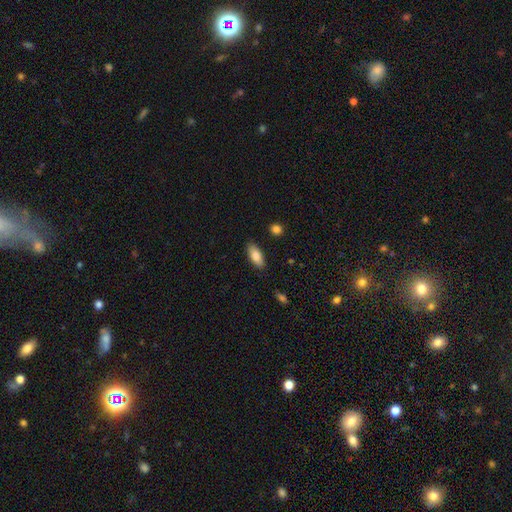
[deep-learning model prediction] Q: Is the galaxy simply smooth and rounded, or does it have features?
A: smooth — 83%.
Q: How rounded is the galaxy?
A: in between — 82%.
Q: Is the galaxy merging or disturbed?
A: none — 86%.